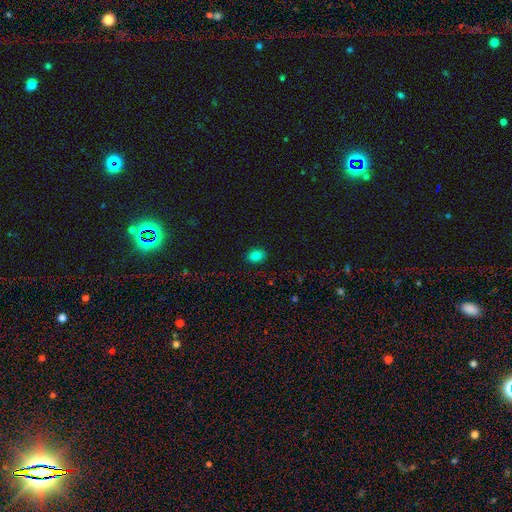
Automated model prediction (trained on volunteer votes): A smooth galaxy with no disk features (84%) that is in between round and cigar-shaped (72%).

Vote fractions:
- Smooth or featured? smooth: 84% / star or artifact: 12% / featured or disk: 4%
- How rounded? in between: 72% / round: 27% / cigar-shaped: 1%
- Merging? none: 87% / minor disturbance: 9% / major disturbance: 2% / merger: 1%